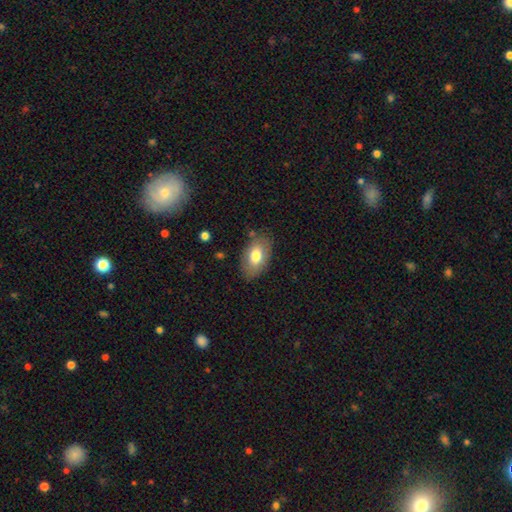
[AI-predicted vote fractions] Smooth or featured? smooth (75%)
How rounded? in between (91%)
Merging? none (79%)